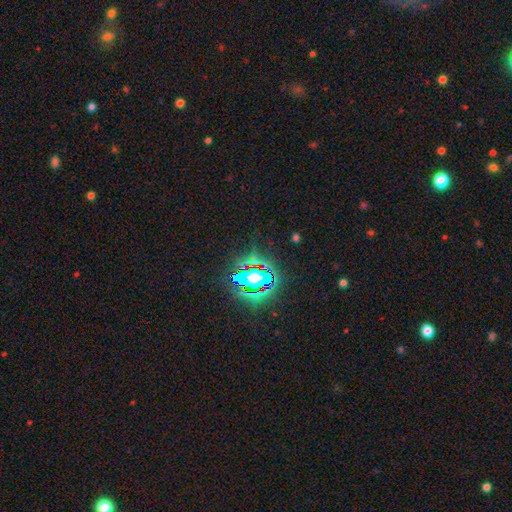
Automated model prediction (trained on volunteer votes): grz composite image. It shows a star or artifact, not a galaxy (83%).